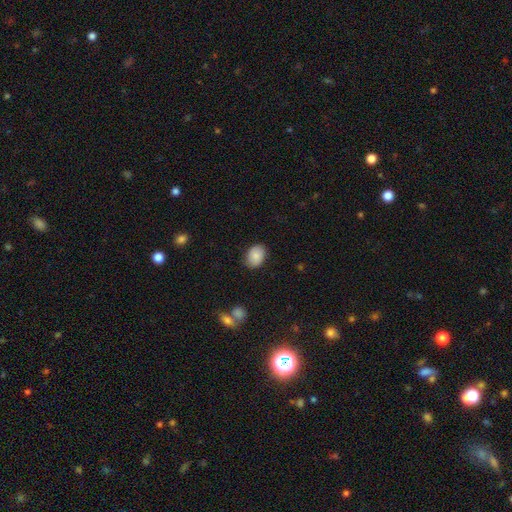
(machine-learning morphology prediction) Q: Smooth or featured?
A: smooth (85%); runner-up: featured or disk (8%)
Q: How rounded?
A: in between (73%); runner-up: round (26%)
Q: Merging?
A: none (83%); runner-up: minor disturbance (13%)